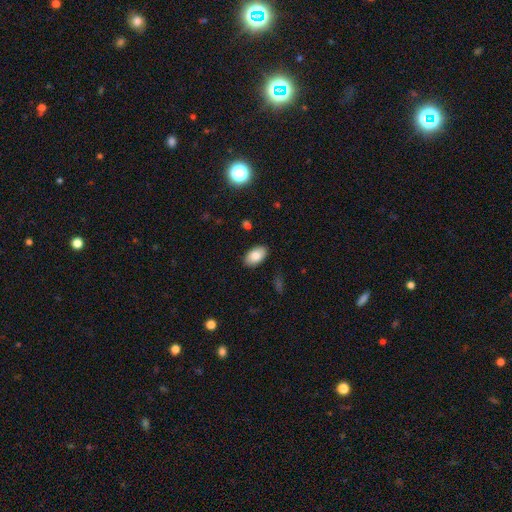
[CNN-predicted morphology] This is clearly a smooth galaxy (84%). How rounded: clearly in between (93%). Merging: clearly none (88%).